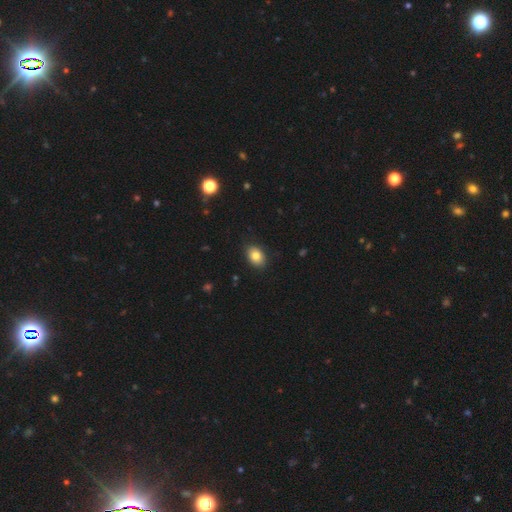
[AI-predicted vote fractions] smooth-or-featured: smooth: 82% | featured or disk: 9% | star or artifact: 9%
  how-rounded: in between: 78% | round: 21% | cigar-shaped: 1%
  merging: none: 87% | minor disturbance: 10% | major disturbance: 2% | merger: 1%